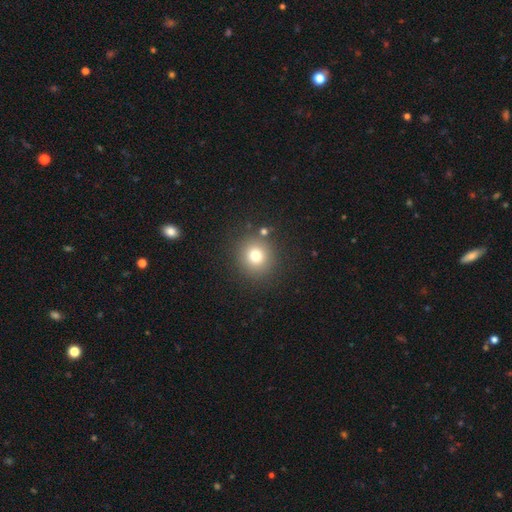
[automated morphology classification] smooth_or_featured: smooth (p=0.76) [alt: star or artifact p=0.15]
how_rounded: round (p=0.91) [alt: in between p=0.08]
merging: none (p=0.86) [alt: minor disturbance p=0.07]